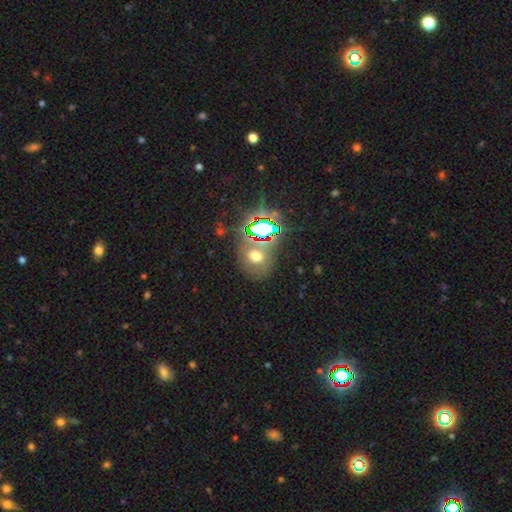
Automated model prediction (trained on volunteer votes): Smooth or featured?
  - smooth: 50% *
  - star or artifact: 36%
  - featured or disk: 15%
Merging?
  - none: 68% *
  - minor disturbance: 13%
  - merger: 11%
  - major disturbance: 7%